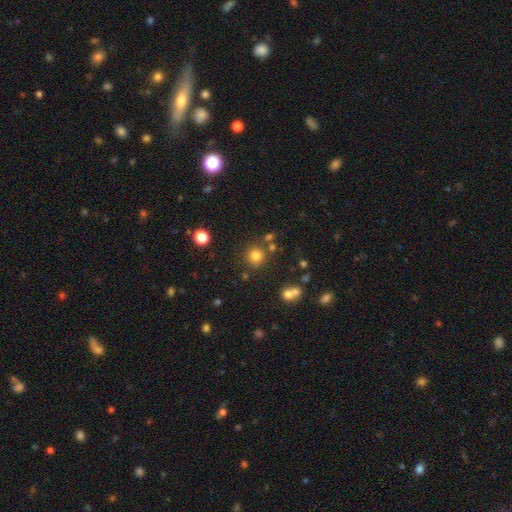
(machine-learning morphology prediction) This appears to be a smooth galaxy with no disk features (79%) that is round (90%). Merging: none (78%).